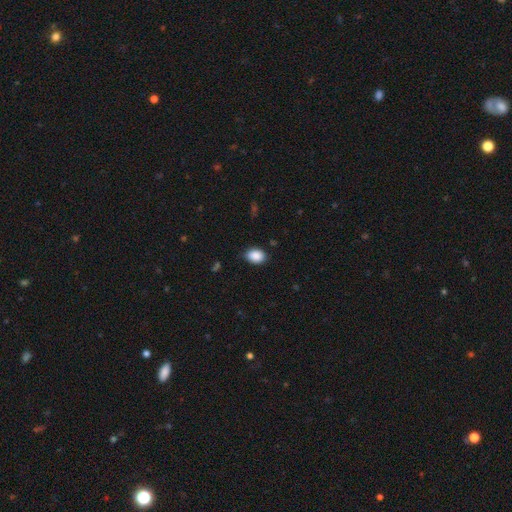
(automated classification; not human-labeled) Smooth or featured? Predicted: smooth (p=0.89). How rounded? Predicted: in between (p=0.76). Merging? Predicted: none (p=0.81).